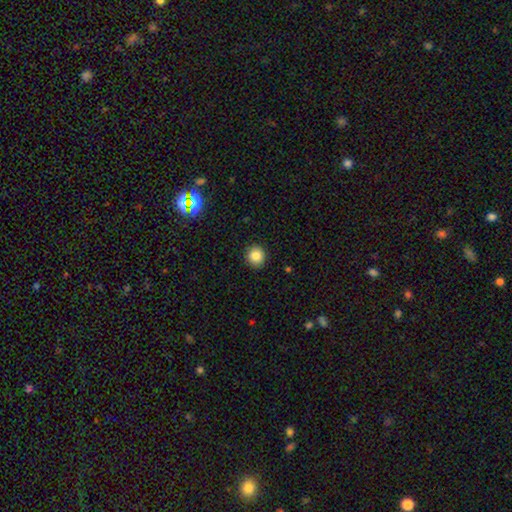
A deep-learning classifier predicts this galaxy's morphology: Smooth or featured? smooth (84%)
How rounded? round (92%)
Merging? none (92%)